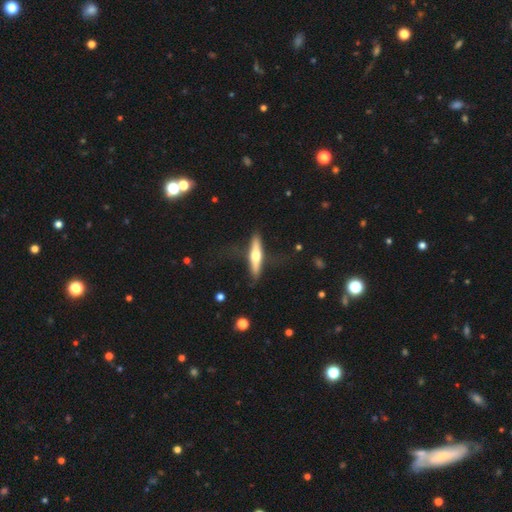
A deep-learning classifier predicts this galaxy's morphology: Smooth or featured? featured or disk (56%)
Edge-on disk? yes (93%)
Edge-on bulge? rounded (91%)
Merging? none (78%)